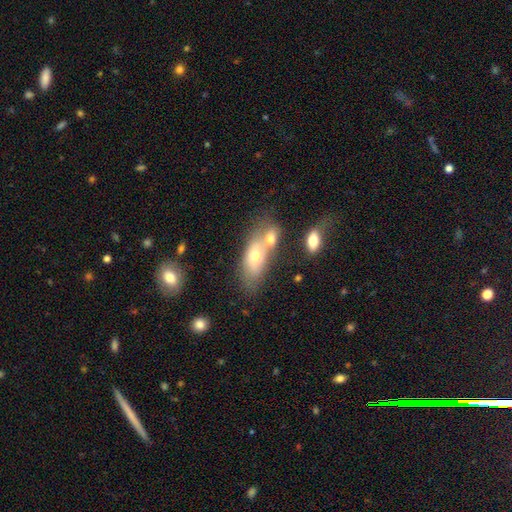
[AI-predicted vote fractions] Smooth or featured?
  - smooth: 59% *
  - featured or disk: 30%
  - star or artifact: 10%
How rounded?
  - in between: 76% *
  - cigar-shaped: 16%
  - round: 8%
Merging?
  - merger: 42% *
  - none: 38%
  - minor disturbance: 13%
  - major disturbance: 6%